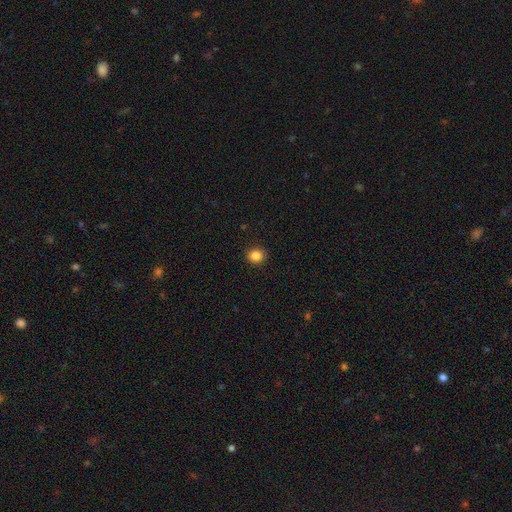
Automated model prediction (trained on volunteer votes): The model was most divided on "how rounded": round: 79%, in between: 20%, cigar-shaped: 1%. More confident: merging — none (91%); smooth or featured — smooth (85%).